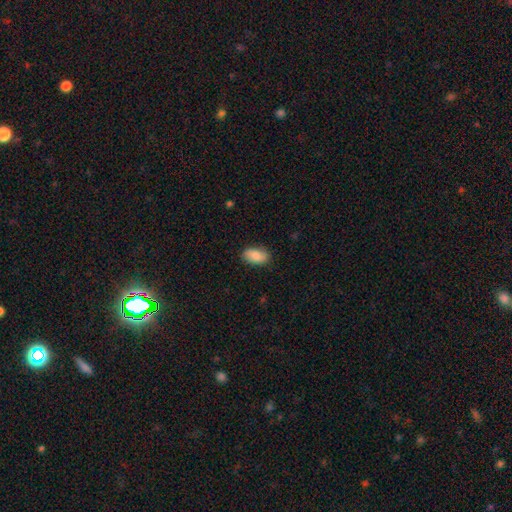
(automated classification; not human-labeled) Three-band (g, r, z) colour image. It shows a smooth galaxy with no disk features (84%) that is in between round and cigar-shaped (93%). Merging: none (84%).